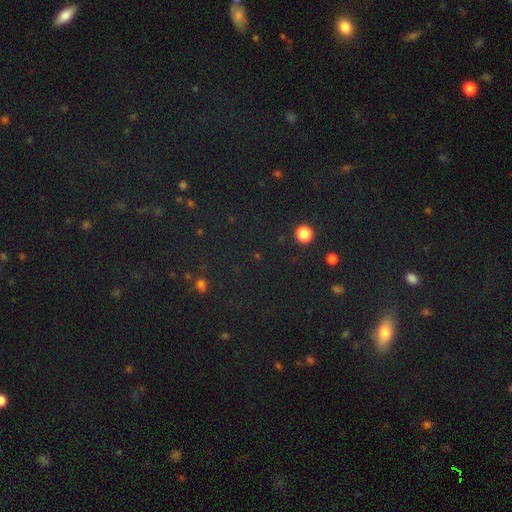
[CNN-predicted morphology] Smooth or featured?
  - star or artifact: 65% *
  - smooth: 25%
  - featured or disk: 10%